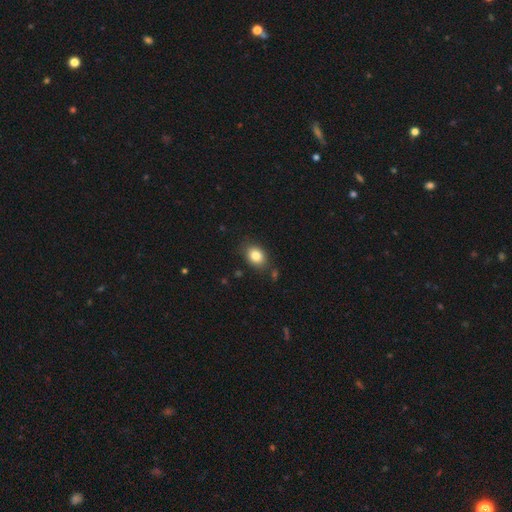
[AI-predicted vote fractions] This is clearly a smooth galaxy (83%). How rounded: likely in between (67%). Merging: clearly none (80%).